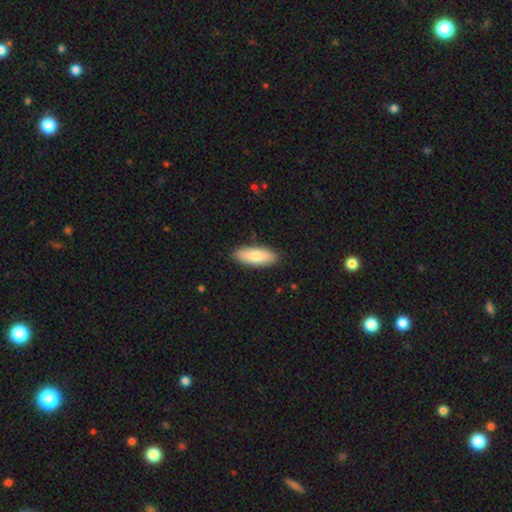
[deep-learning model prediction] Morphology: type=smooth (77%); roundness=in between (73%); merging=none (89%).